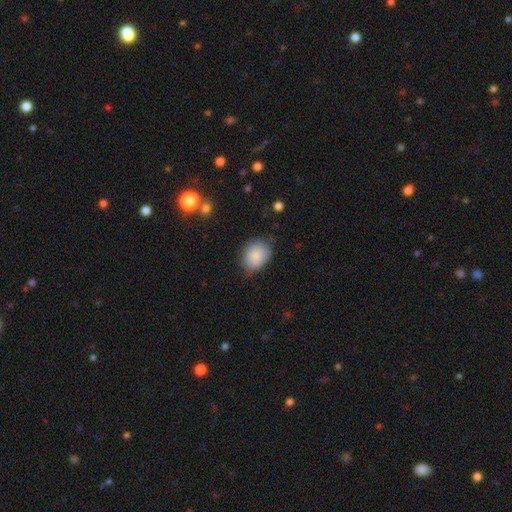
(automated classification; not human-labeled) Q: Smooth or featured?
A: smooth (82%); runner-up: featured or disk (11%)
Q: How rounded?
A: in between (52%); runner-up: round (47%)
Q: Merging?
A: none (64%); runner-up: minor disturbance (29%)